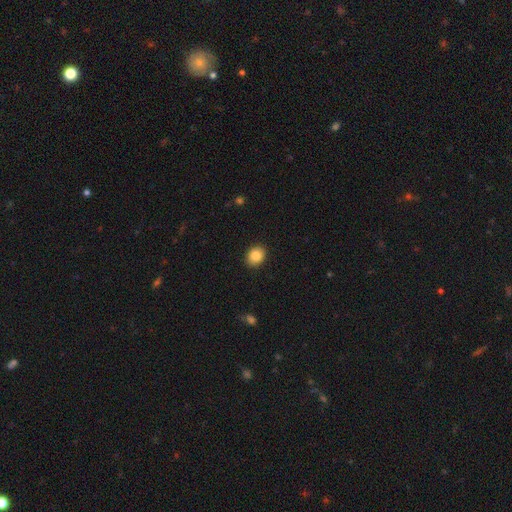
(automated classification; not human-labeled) Morphology: type=smooth (86%); roundness=in between (51%); merging=none (90%).